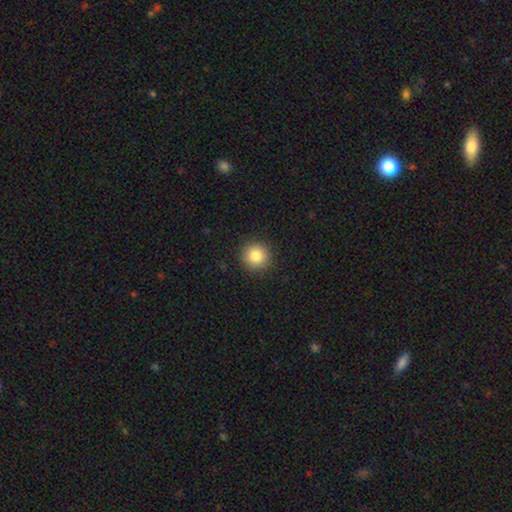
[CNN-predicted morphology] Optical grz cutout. It shows a smooth galaxy with no disk features (85%) that is round (94%). Merging: none (91%).